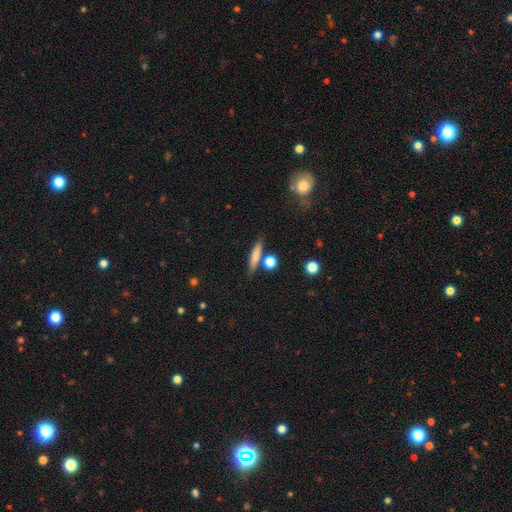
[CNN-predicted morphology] Q: Smooth or featured?
A: smooth (71%); runner-up: featured or disk (21%)
Q: How rounded?
A: cigar-shaped (80%); runner-up: in between (14%)
Q: Merging?
A: none (77%); runner-up: minor disturbance (11%)